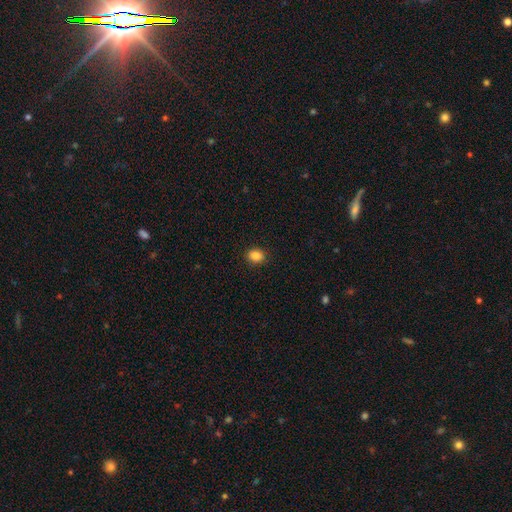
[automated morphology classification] Overall: smooth (87%). How rounded: in between (56%; round 43%). Merging: none (89%).